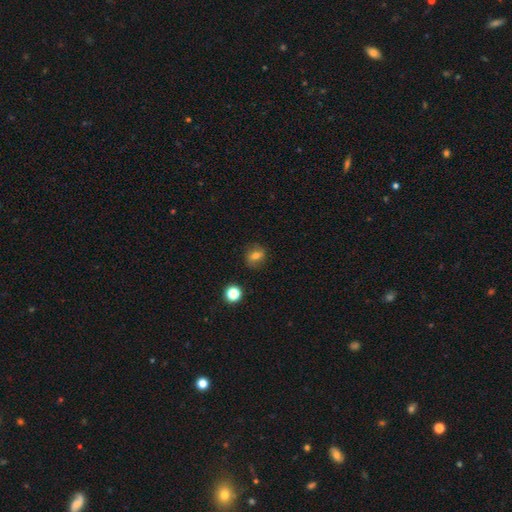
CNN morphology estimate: This appears to be a smooth galaxy with no disk features (66%) that is round (64%). Merging: none (82%).